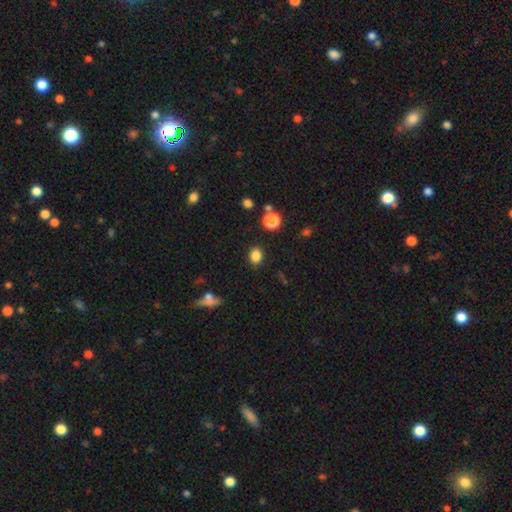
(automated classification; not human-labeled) Smooth or featured? Predicted: smooth (p=0.83). How rounded? Predicted: round (p=0.50). Merging? Predicted: none (p=0.87).